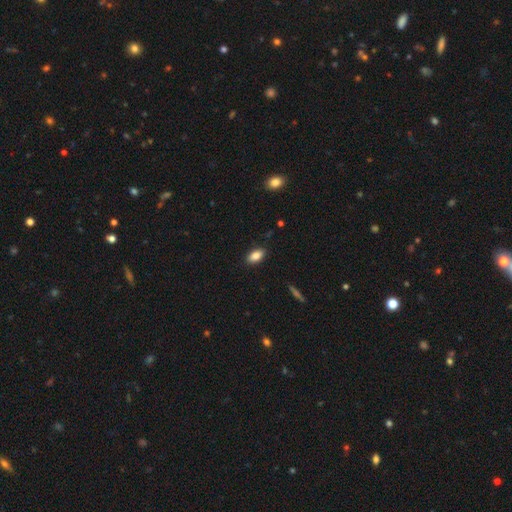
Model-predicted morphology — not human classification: This is clearly a smooth galaxy (85%). How rounded: clearly in between (91%). Merging: clearly none (88%).